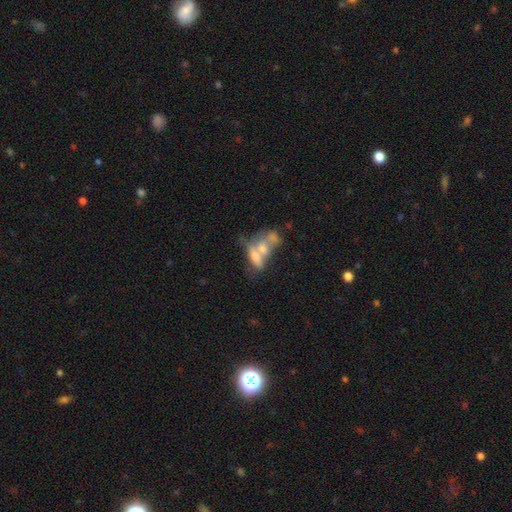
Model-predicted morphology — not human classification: Smooth or featured? Predicted: smooth (p=0.49). Merging? Predicted: merger (p=0.65).